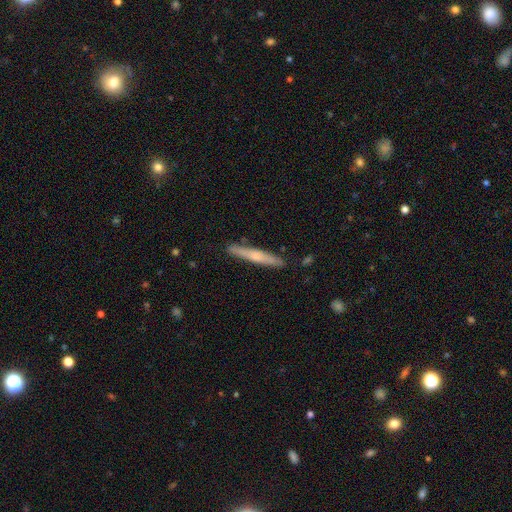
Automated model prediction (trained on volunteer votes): This is possibly a smooth galaxy (52%). How rounded: clearly cigar-shaped (95%). Merging: clearly none (87%).